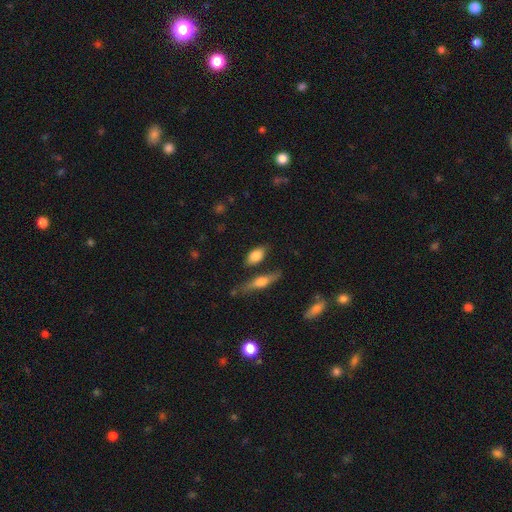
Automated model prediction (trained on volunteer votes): This is likely a smooth galaxy (79%). How rounded: clearly in between (83%). Merging: likely none (70%).